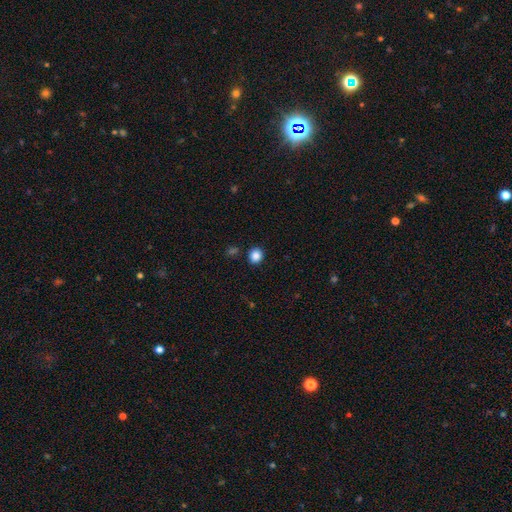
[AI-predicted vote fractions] Smooth or featured: smooth — 86% (star or artifact — 10%)
How rounded: round — 82% (in between — 17%)
Merging: none — 88% (minor disturbance — 7%)